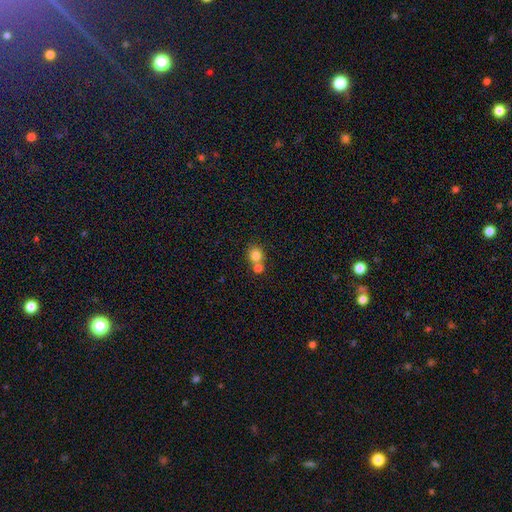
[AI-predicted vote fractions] smooth 81%, star or artifact 10%, featured or disk 9%. Down the decision tree: how rounded — round (82%); merging — merger (49%).